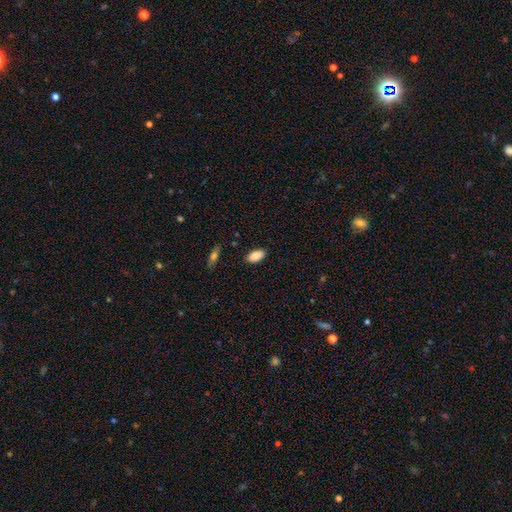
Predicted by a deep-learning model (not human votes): Q: Smooth or featured?
A: smooth (88%); runner-up: star or artifact (7%)
Q: How rounded?
A: in between (93%); runner-up: cigar-shaped (4%)
Q: Merging?
A: none (87%); runner-up: minor disturbance (10%)